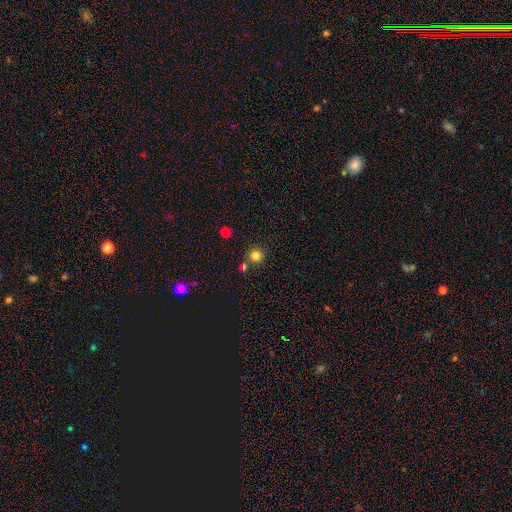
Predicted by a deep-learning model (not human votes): smooth 81%, star or artifact 14%, featured or disk 5%. Down the decision tree: how rounded — round (94%); merging — none (79%).